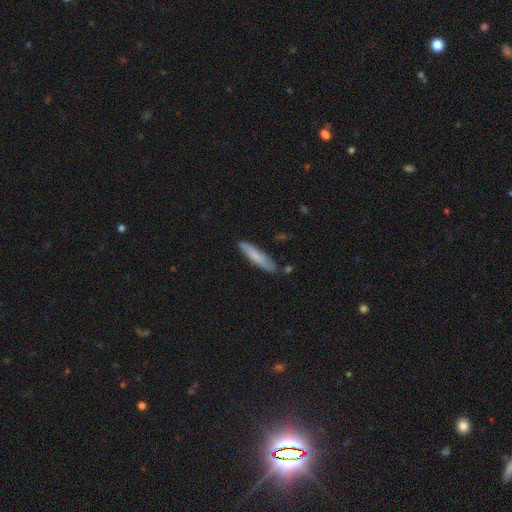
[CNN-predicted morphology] Smooth or featured? Predicted: smooth (p=0.68). How rounded? Predicted: cigar-shaped (p=0.84). Merging? Predicted: none (p=0.77).